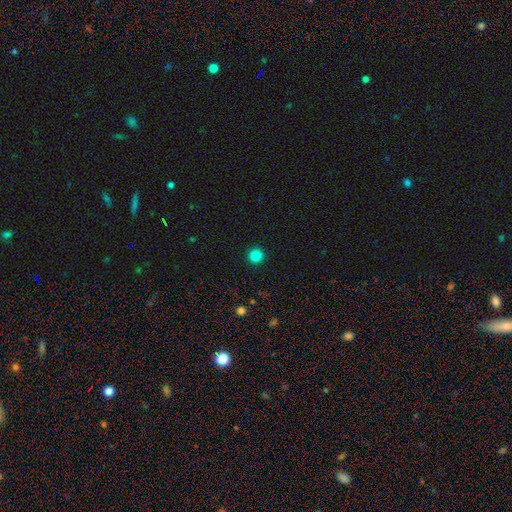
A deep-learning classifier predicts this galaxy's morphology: This appears to be a smooth galaxy with no disk features (85%) that is round (95%). Merging: none (93%).